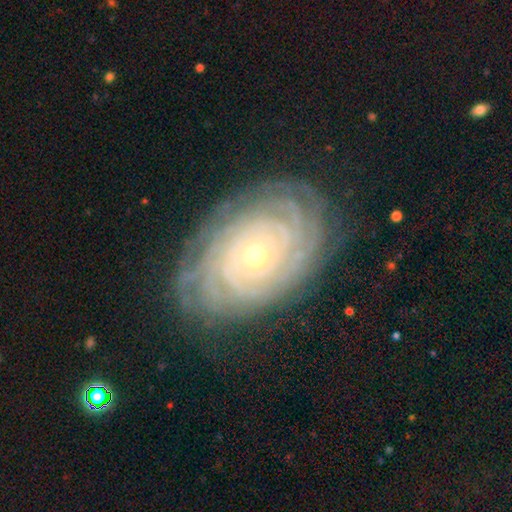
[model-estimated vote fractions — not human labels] Q: Smooth or featured?
A: featured or disk (88%); runner-up: smooth (6%)
Q: Edge-on disk?
A: no (96%); runner-up: yes (4%)
Q: Bar?
A: no (82%); runner-up: weak (12%)
Q: Spiral arms?
A: yes (97%); runner-up: no (3%)
Q: Spiral winding?
A: tight (90%); runner-up: medium (8%)
Q: Spiral arm count?
A: more than 4 (34%); runner-up: can't tell (24%)
Q: Bulge size?
A: small (69%); runner-up: moderate (27%)
Q: Merging?
A: none (83%); runner-up: minor disturbance (12%)